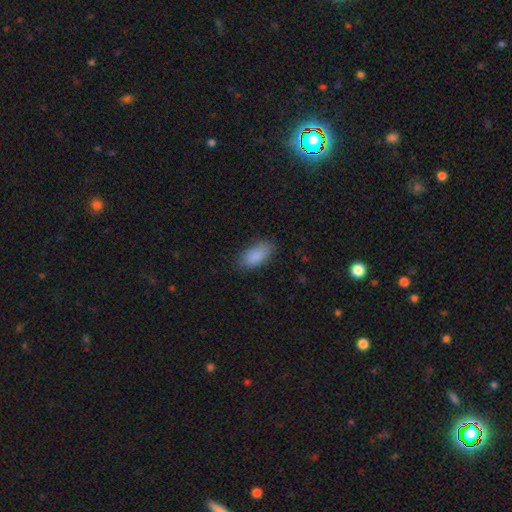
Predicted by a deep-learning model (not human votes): A smooth galaxy with no disk features (88%) that is in between round and cigar-shaped (91%). Merging: none (80%).